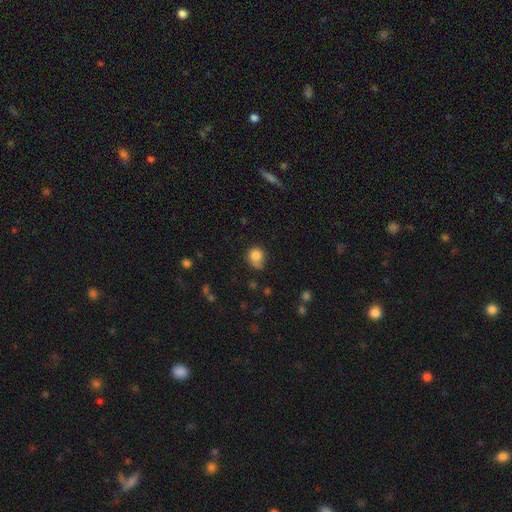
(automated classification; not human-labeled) The model was most divided on "merging": none: 51%, minor disturbance: 32%, major disturbance: 11%, merger: 6%. More confident: smooth or featured — smooth (82%); how rounded — round (77%).